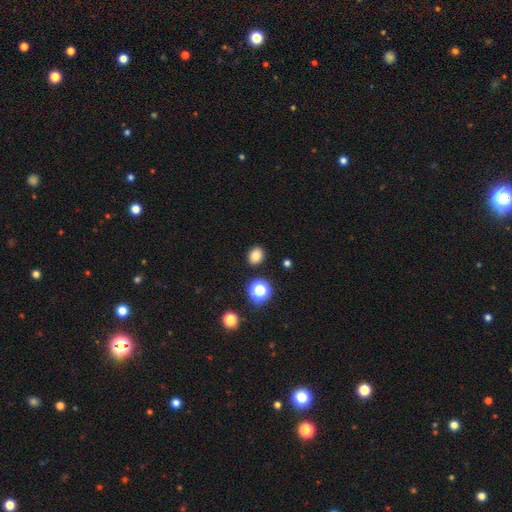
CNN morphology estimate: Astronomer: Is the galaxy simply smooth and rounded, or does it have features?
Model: smooth — 79%.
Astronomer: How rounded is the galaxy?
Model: in between — 50% (runner-up: round, 49%).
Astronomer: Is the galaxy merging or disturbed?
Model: none — 89%.